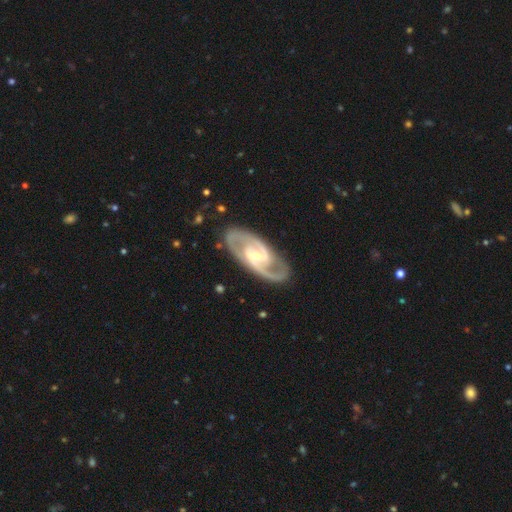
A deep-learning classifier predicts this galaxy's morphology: Smooth or featured: featured or disk — 90% (smooth — 6%)
Edge-on disk: no — 95% (yes — 5%)
Bar: weak — 49% (strong — 28%)
Spiral arms: yes — 97% (no — 3%)
Spiral winding: medium — 54% (tight — 34%)
Spiral arm count: 2 — 90% (can't tell — 4%)
Bulge size: small — 55% (moderate — 34%)
Merging: none — 82% (minor disturbance — 13%)